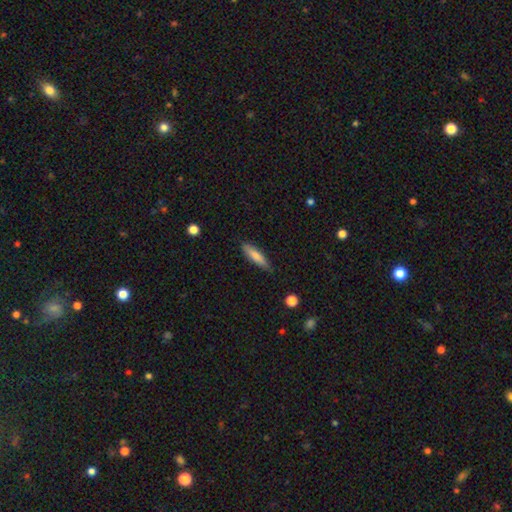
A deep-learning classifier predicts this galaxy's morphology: smooth-or-featured: smooth: 76% | featured or disk: 18% | star or artifact: 6%
  how-rounded: cigar-shaped: 75% | in between: 23% | round: 2%
  merging: none: 83% | minor disturbance: 13% | major disturbance: 2% | merger: 1%